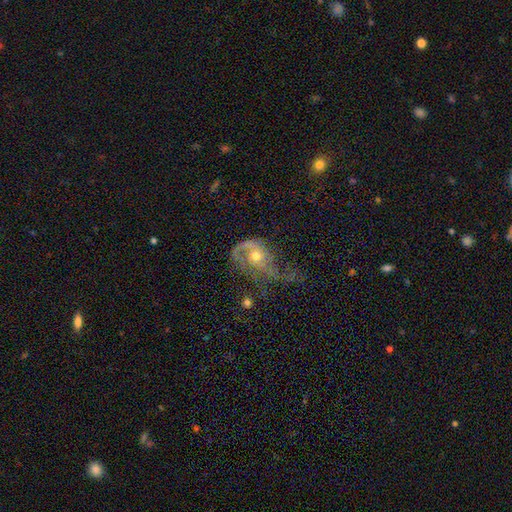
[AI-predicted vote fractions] Smooth or featured? featured or disk (76%)
Edge-on disk? no (96%)
Bar? no (77%)
Spiral arms? yes (84%)
Spiral winding? loose (43%)
Spiral arm count? 2 (44%)
Bulge size? moderate (63%)
Merging? major disturbance (48%)